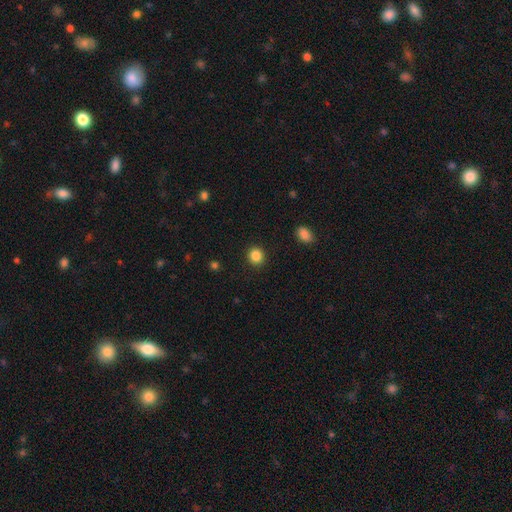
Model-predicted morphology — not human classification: This appears to be a smooth galaxy with no disk features (86%) that is round (84%). Merging: none (91%).